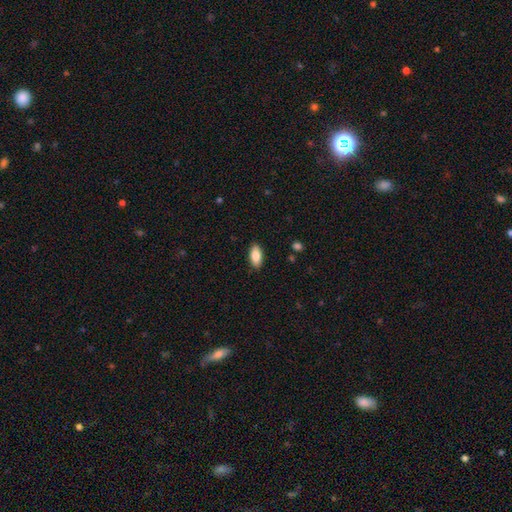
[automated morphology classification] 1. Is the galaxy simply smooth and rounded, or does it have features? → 85% smooth, 9% featured or disk, 6% star or artifact.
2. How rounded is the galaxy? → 89% in between, 9% cigar-shaped, 2% round.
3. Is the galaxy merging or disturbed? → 89% none, 8% minor disturbance, 2% major disturbance, 1% merger.